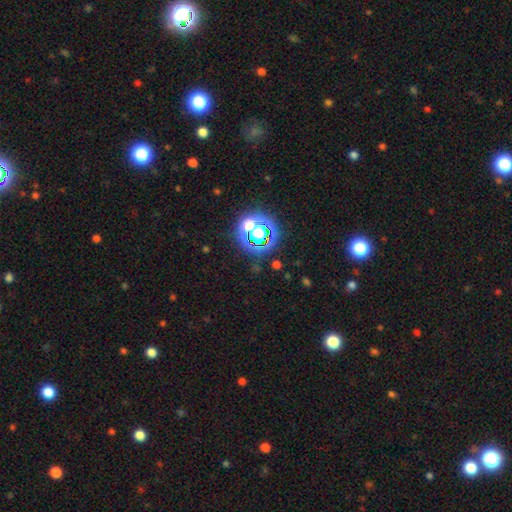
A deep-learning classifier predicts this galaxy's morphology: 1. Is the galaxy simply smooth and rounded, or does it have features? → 82% star or artifact, 11% smooth, 7% featured or disk.